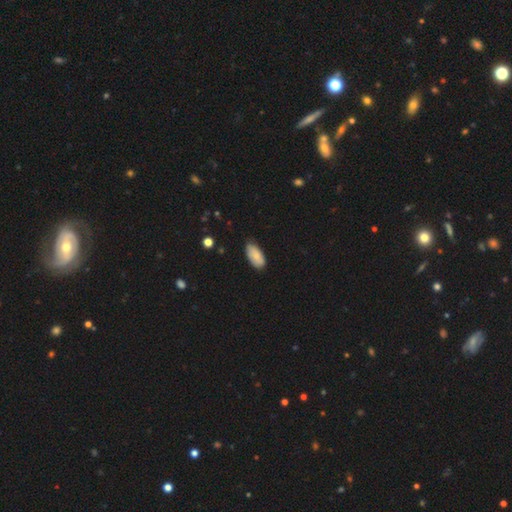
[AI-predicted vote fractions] Smooth or featured? smooth (81%)
How rounded? in between (93%)
Merging? none (75%)